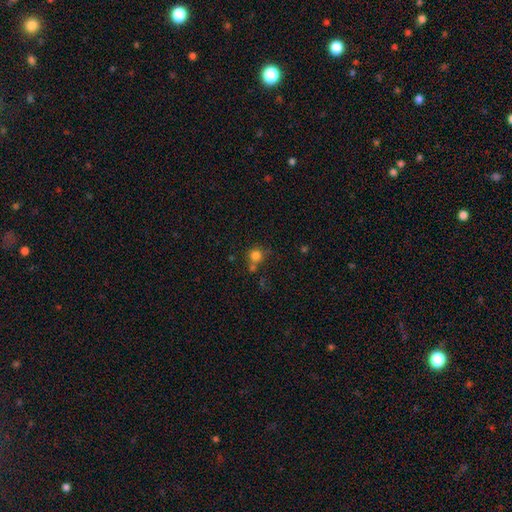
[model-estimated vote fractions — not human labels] Overall: smooth (80%). How rounded: round (91%). Merging: none (60%; merger 24%).